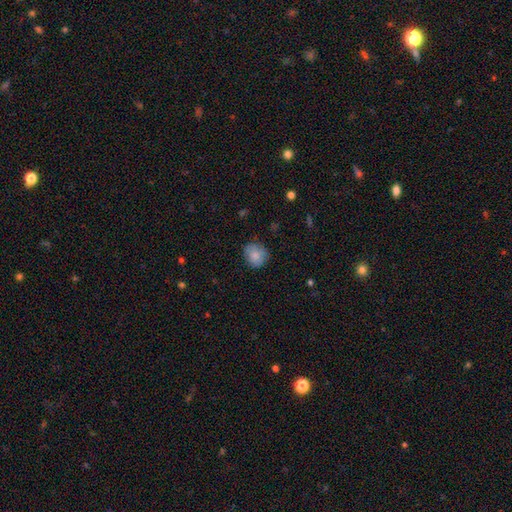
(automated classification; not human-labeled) Smooth or featured? Predicted: smooth (p=0.81). How rounded? Predicted: round (p=0.77). Merging? Predicted: none (p=0.76).